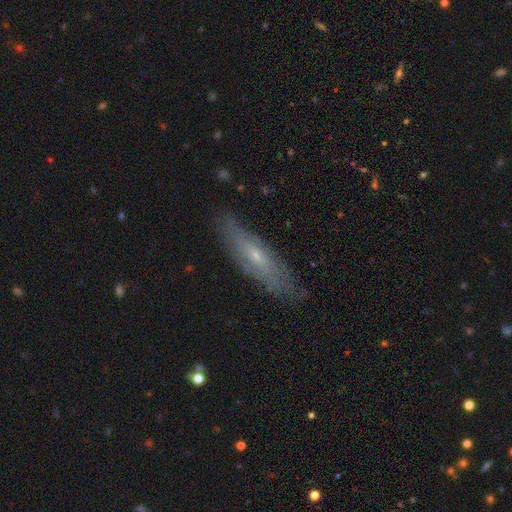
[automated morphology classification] Q: Smooth or featured?
A: featured or disk (55%); runner-up: smooth (36%)
Q: Edge-on disk?
A: yes (59%); runner-up: no (41%)
Q: Merging?
A: none (82%); runner-up: minor disturbance (14%)